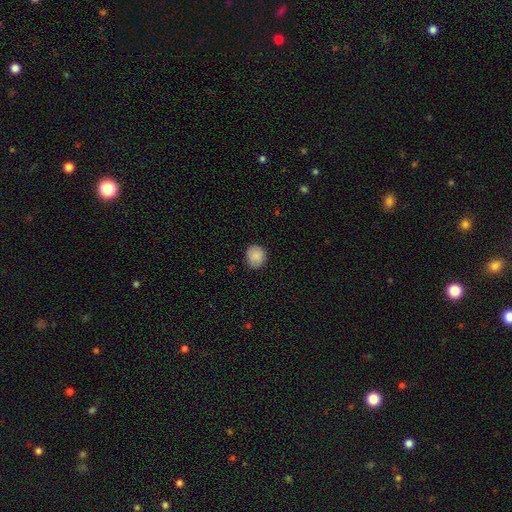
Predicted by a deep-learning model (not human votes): Q: Smooth or featured?
A: smooth (89%); runner-up: star or artifact (8%)
Q: How rounded?
A: round (79%); runner-up: in between (20%)
Q: Merging?
A: none (86%); runner-up: minor disturbance (11%)